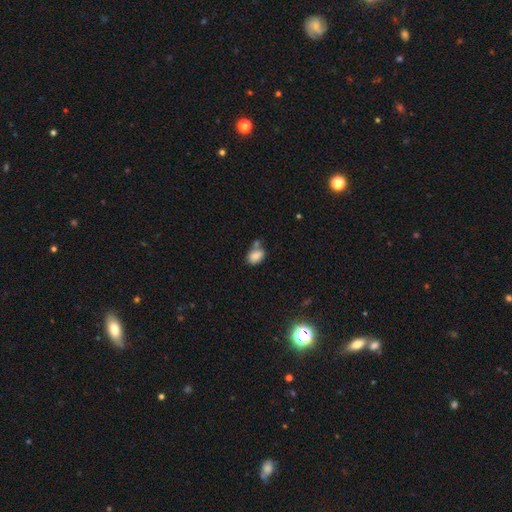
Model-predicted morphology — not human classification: The model was most divided on "merging": none: 48%, merger: 28%, minor disturbance: 18%, major disturbance: 6%. More confident: smooth or featured — smooth (81%); how rounded — in between (73%).